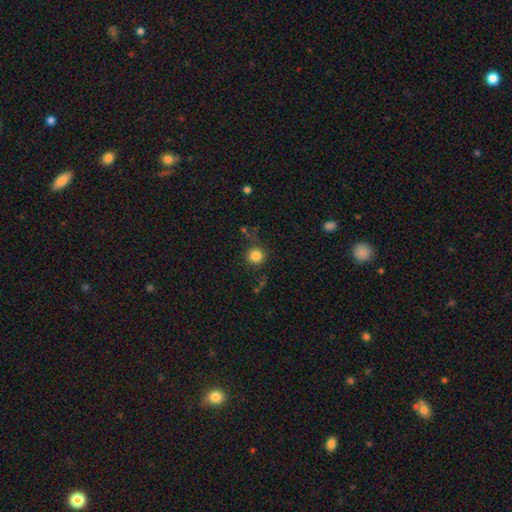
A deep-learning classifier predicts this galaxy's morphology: smooth_or_featured: smooth (p=0.84) [alt: star or artifact p=0.11]
how_rounded: round (p=0.93) [alt: in between p=0.06]
merging: none (p=0.80) [alt: minor disturbance p=0.12]